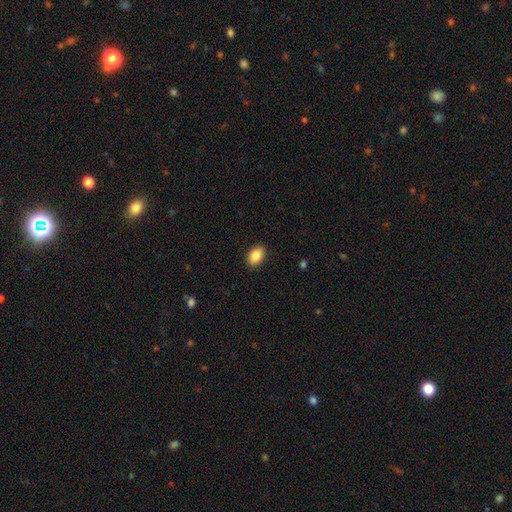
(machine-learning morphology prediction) This appears to be a smooth galaxy with no disk features (87%) that is in between round and cigar-shaped (85%). Merging: none (90%).